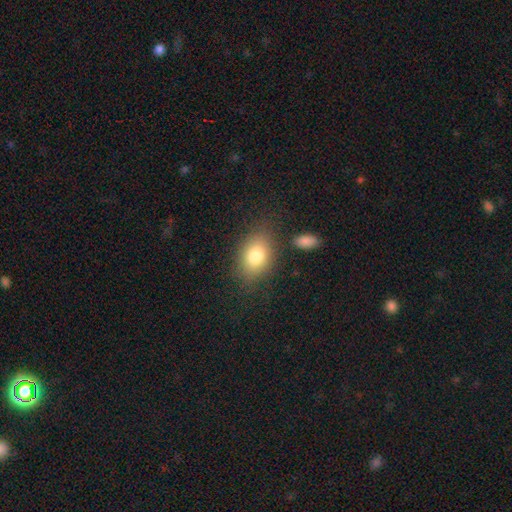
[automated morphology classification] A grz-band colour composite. It shows a smooth galaxy with no disk features (79%) that is in between round and cigar-shaped (76%). Merging: none (77%).